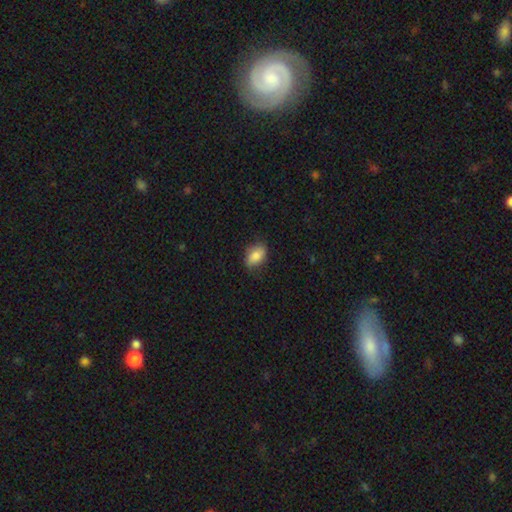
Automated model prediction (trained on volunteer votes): This appears to be a smooth galaxy with no disk features (84%) that is in between round and cigar-shaped (88%). Merging: none (79%).